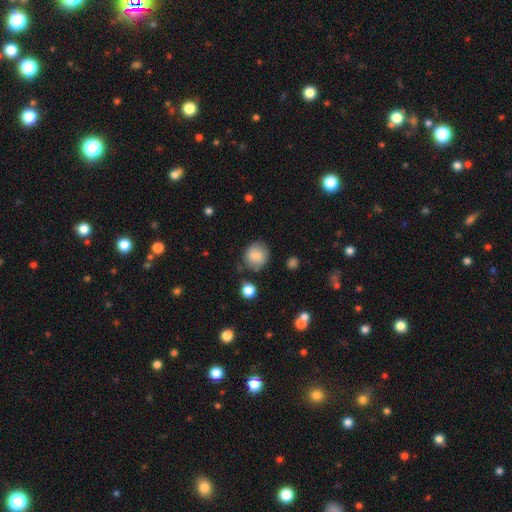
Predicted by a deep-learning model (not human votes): Smooth or featured? smooth (82%)
How rounded? round (85%)
Merging? none (77%)